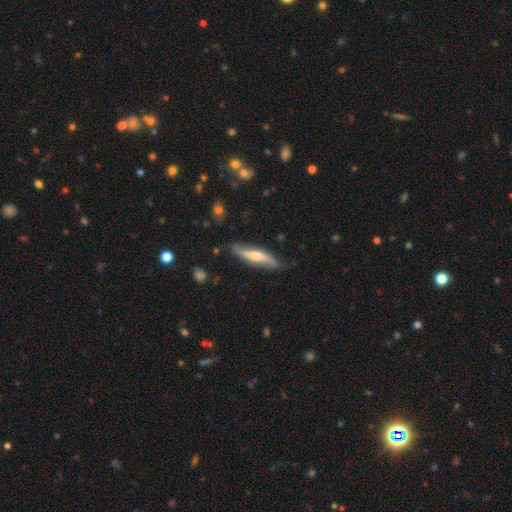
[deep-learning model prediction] A featured or disk galaxy (64%) viewed edge-on (56%). Merging: none (78%).